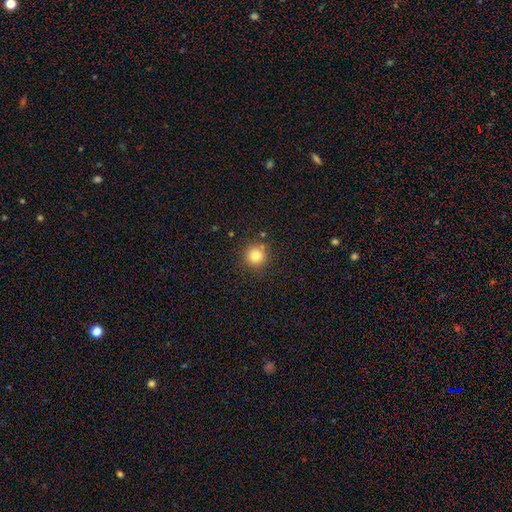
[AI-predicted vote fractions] Smooth or featured? smooth (81%)
How rounded? round (94%)
Merging? none (86%)